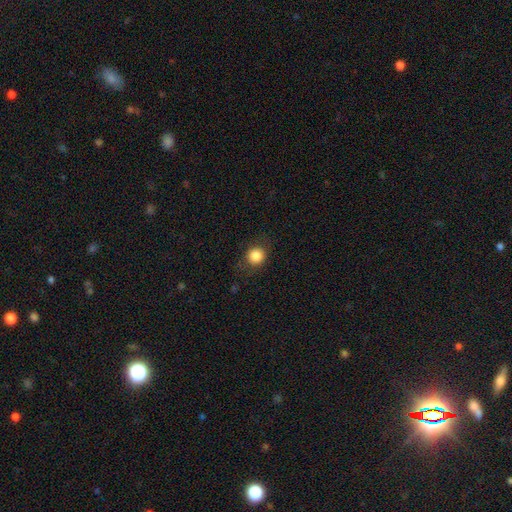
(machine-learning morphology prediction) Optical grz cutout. It shows a smooth galaxy with no disk features (84%) that is round (83%). Merging: none (81%).